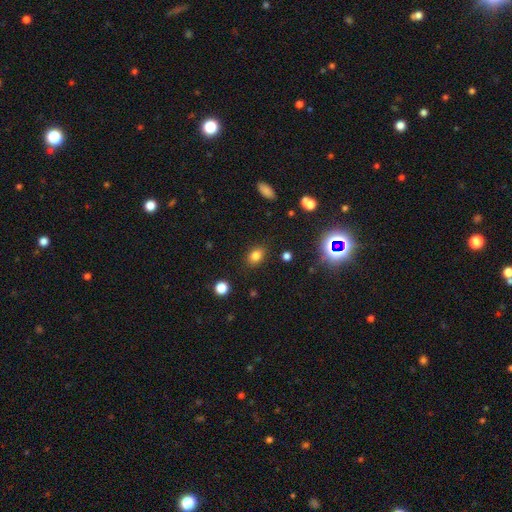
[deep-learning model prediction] Q: Smooth or featured?
A: smooth (79%); runner-up: star or artifact (14%)
Q: How rounded?
A: in between (65%); runner-up: round (33%)
Q: Merging?
A: none (85%); runner-up: minor disturbance (10%)